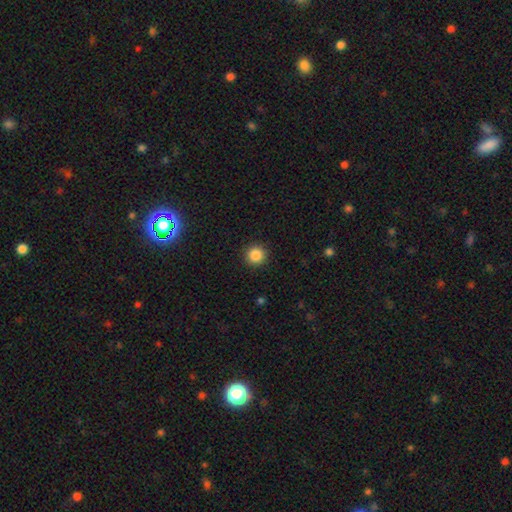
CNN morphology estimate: smooth_or_featured: smooth (p=0.85) [alt: star or artifact p=0.11]
how_rounded: round (p=0.96) [alt: in between p=0.03]
merging: none (p=0.92) [alt: minor disturbance p=0.05]